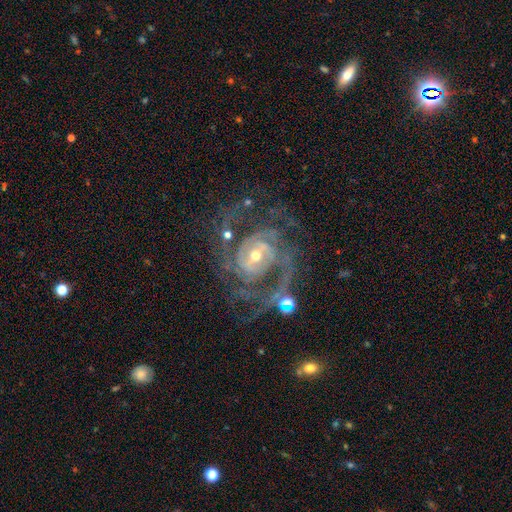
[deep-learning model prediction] The model was most divided on "bulge size": small: 50%, moderate: 45%, large: 3%, none: 1%, dominant: 1%. Remaining: edge-on disk — no (98%); spiral arms — yes (97%); smooth or featured — featured or disk (90%); merging — none (59%); spiral winding — tight (55%); bar — no (45%); spiral arm count — 2 (38%).